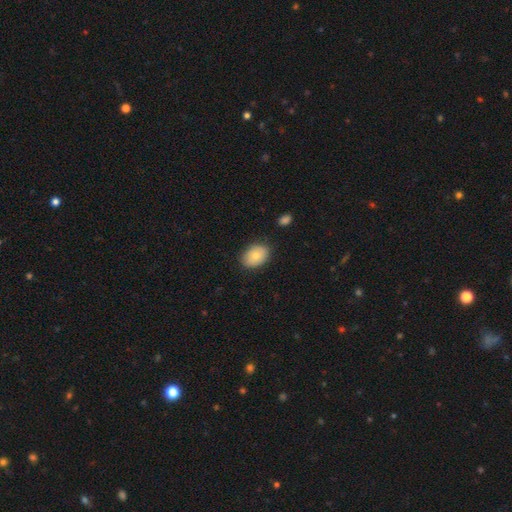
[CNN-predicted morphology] type=smooth (78%); roundness=in between (78%); merging=none (84%).